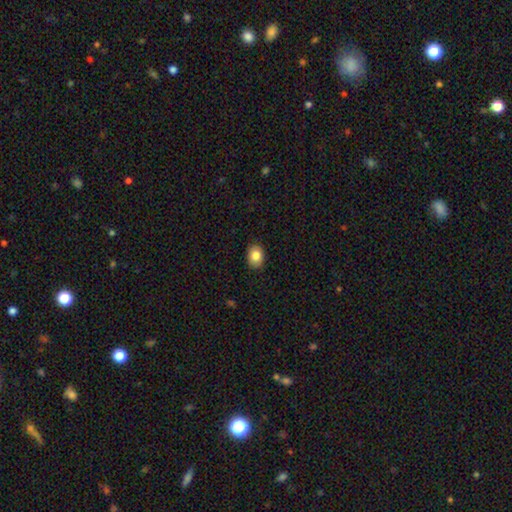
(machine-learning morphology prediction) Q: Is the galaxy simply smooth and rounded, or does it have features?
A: smooth — 84%.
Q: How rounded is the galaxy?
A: in between — 61%.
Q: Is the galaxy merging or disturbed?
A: none — 90%.